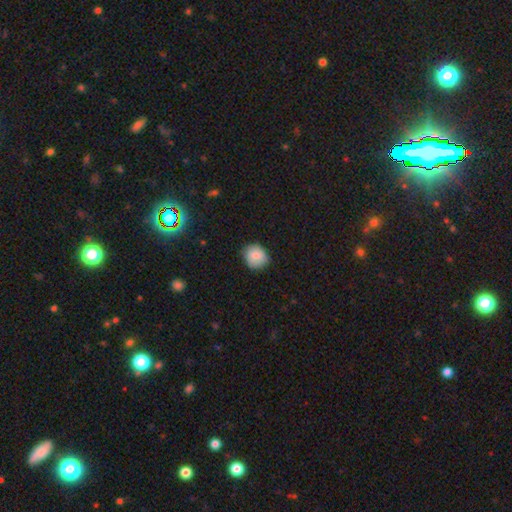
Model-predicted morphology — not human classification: Overall: smooth (82%). How rounded: round (79%). Merging: none (82%).